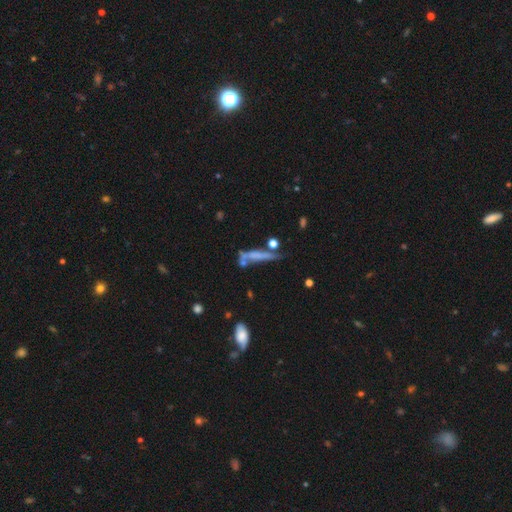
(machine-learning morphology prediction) This is possibly a smooth galaxy (48%). Merging: marginally none (43%).